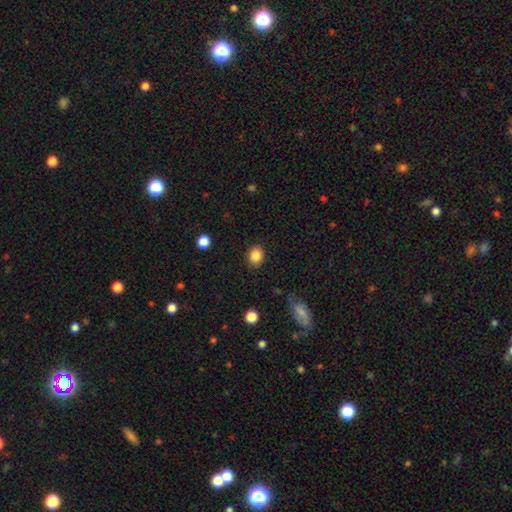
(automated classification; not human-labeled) Smooth or featured? smooth (86%)
How rounded? in between (52%)
Merging? none (88%)